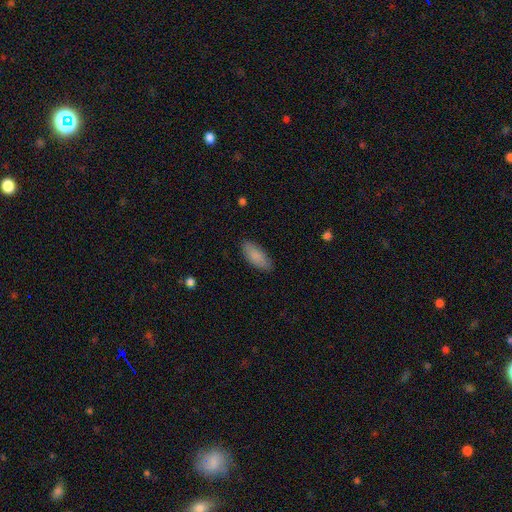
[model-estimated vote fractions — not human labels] Overall: smooth (86%). How rounded: in between (83%). Merging: none (85%).